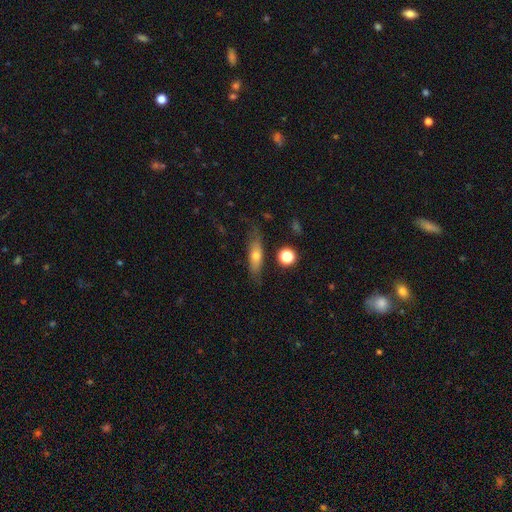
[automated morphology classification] Smooth or featured? Predicted: smooth (p=0.52). How rounded? Predicted: cigar-shaped (p=0.62). Merging? Predicted: none (p=0.75).